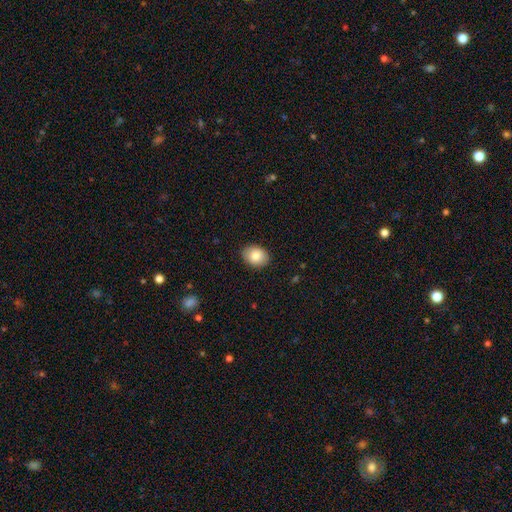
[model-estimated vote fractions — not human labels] This appears to be a smooth galaxy with no disk features (84%) that is in between round and cigar-shaped (66%). Merging: none (88%).